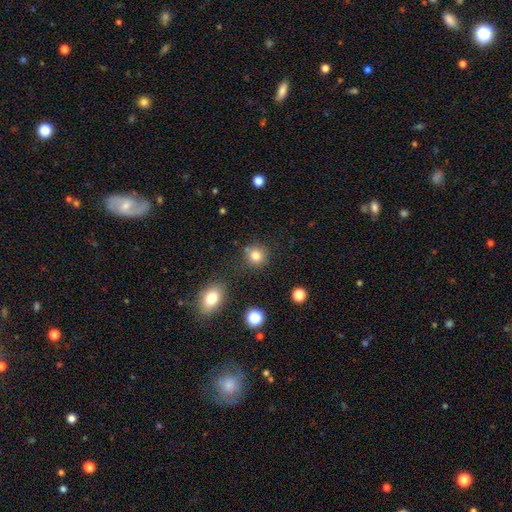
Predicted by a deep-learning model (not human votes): Morphology: type=smooth (81%); roundness=round (90%); merging=none (81%).